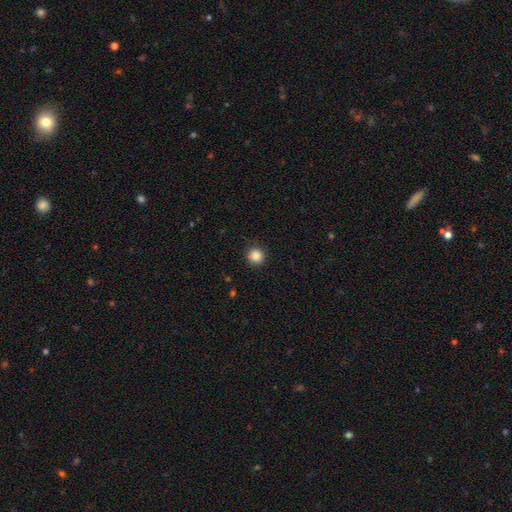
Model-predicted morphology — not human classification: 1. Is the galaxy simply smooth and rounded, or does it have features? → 87% smooth, 10% star or artifact, 3% featured or disk.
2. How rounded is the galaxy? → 95% round, 4% in between, 1% cigar-shaped.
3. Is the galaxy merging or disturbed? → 90% none, 6% minor disturbance, 2% major disturbance, 1% merger.